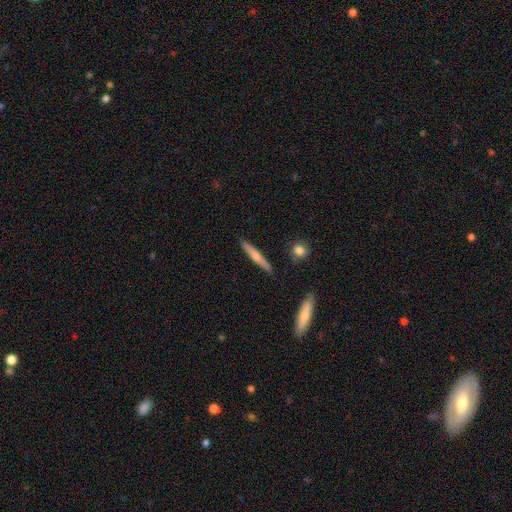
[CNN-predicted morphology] Overall: smooth (60%; featured or disk 35%). How rounded: cigar-shaped (93%). Merging: none (87%).